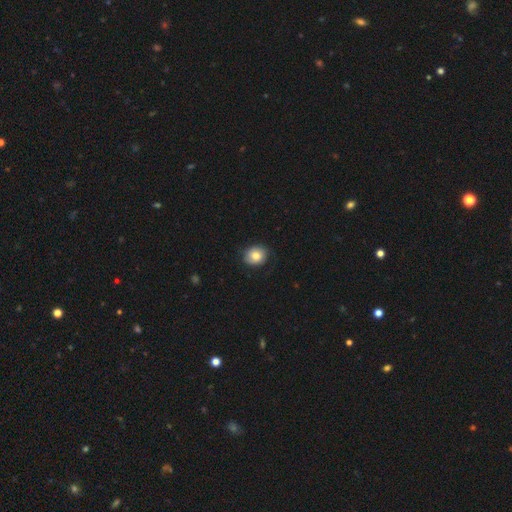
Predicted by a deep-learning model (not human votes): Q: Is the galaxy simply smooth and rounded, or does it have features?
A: smooth — 77%.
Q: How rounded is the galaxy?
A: round — 65%.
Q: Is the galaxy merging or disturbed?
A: none — 79%.